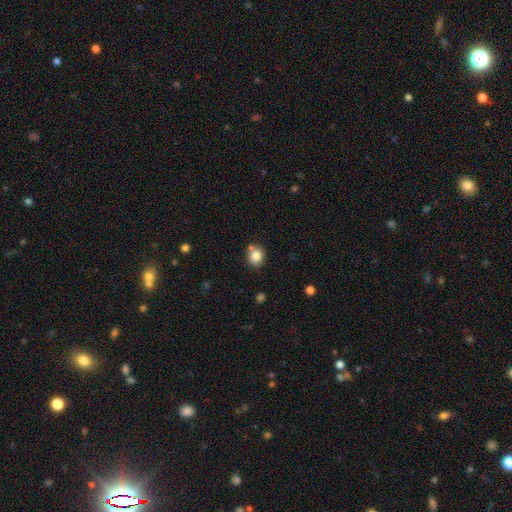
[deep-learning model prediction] Morphology: type=smooth (83%); roundness=round (75%); merging=none (70%).